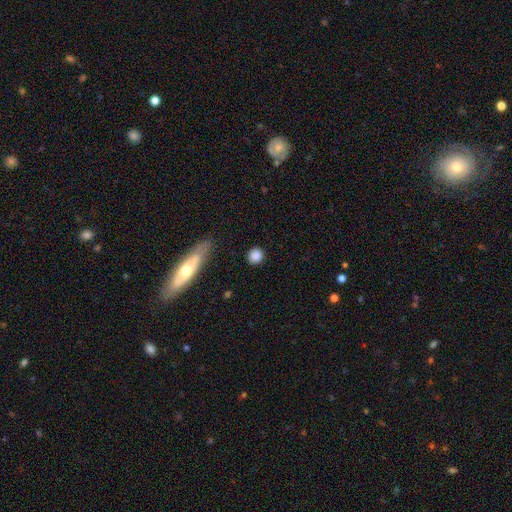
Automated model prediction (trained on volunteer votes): A smooth galaxy with no disk features (86%) that is round (88%).

Vote fractions:
- Smooth or featured? smooth: 86% / star or artifact: 9% / featured or disk: 6%
- How rounded? round: 88% / in between: 10% / cigar-shaped: 2%
- Merging? none: 86% / minor disturbance: 9% / major disturbance: 3% / merger: 2%